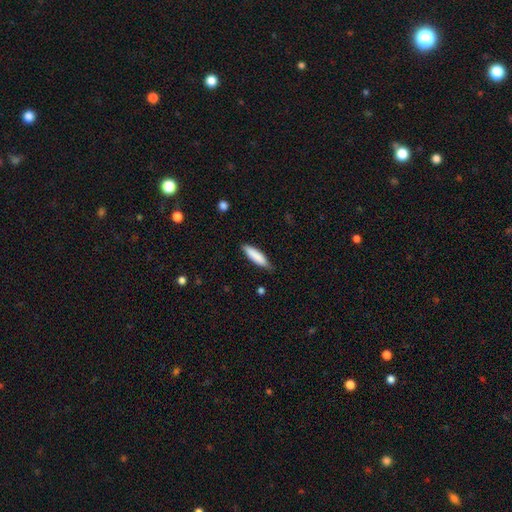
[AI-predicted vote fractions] Q: Smooth or featured?
A: smooth (85%); runner-up: featured or disk (9%)
Q: How rounded?
A: cigar-shaped (69%); runner-up: in between (30%)
Q: Merging?
A: none (80%); runner-up: minor disturbance (16%)